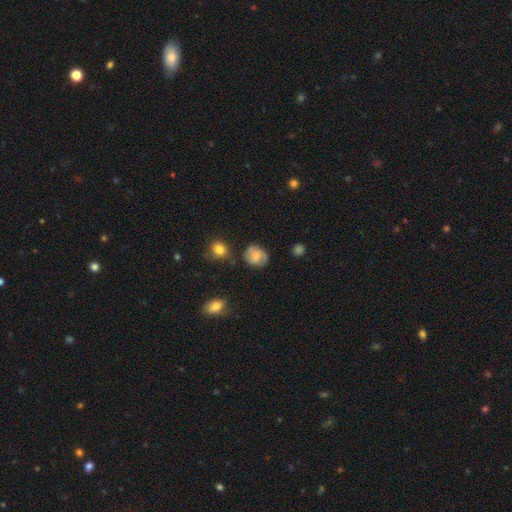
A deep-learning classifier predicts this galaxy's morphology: Overall: smooth (59%; featured or disk 31%). How rounded: round (64%; in between 34%). Merging: none (69%).